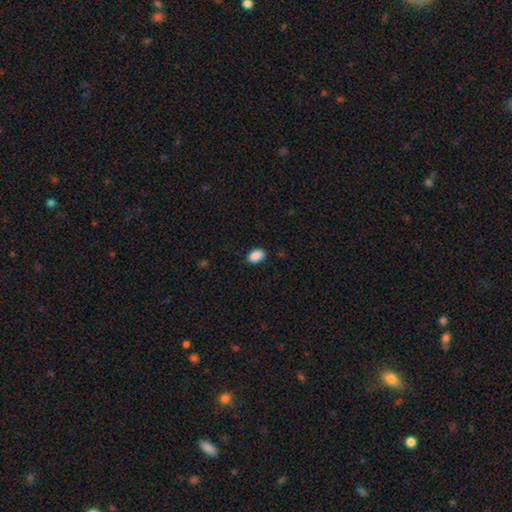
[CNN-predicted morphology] The model was most divided on "merging": none: 83%, minor disturbance: 14%, major disturbance: 3%, merger: 1%. More confident: smooth or featured — smooth (89%); how rounded — in between (88%).